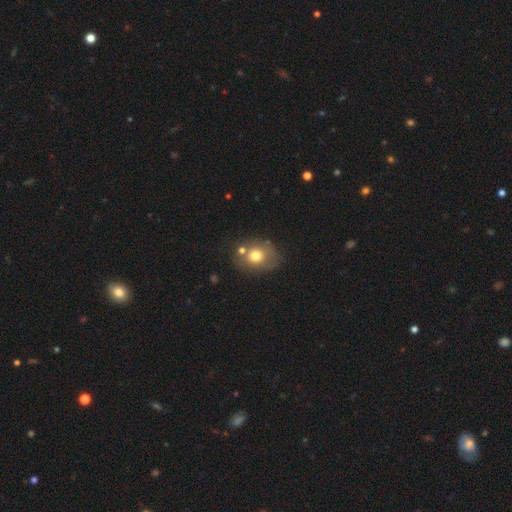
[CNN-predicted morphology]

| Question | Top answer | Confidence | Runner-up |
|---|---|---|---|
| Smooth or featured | smooth | 71% | featured or disk (19%) |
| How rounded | round | 57% | in between (42%) |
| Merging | none | 64% | minor disturbance (16%) |